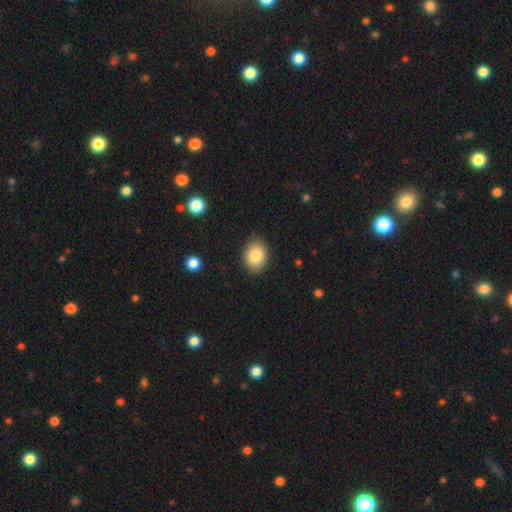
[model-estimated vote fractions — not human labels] Morphology: type=smooth (84%); roundness=in between (70%); merging=none (84%).